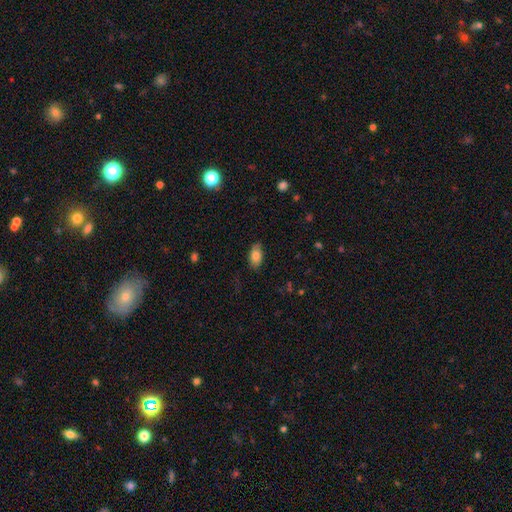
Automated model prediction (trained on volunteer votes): A smooth galaxy with no disk features (82%) that is in between round and cigar-shaped (92%). Merging: none (80%).